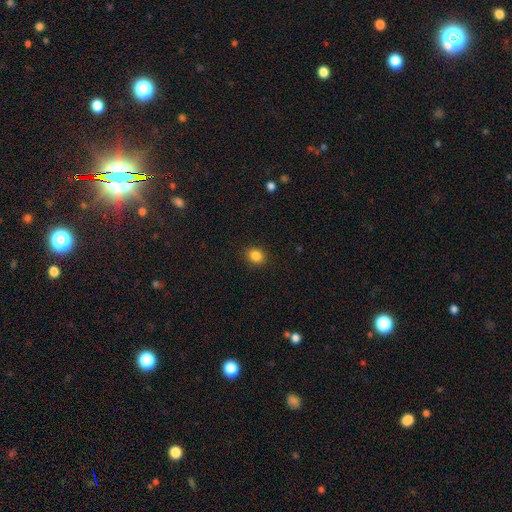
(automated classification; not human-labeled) Smooth or featured?
  - smooth: 85% *
  - star or artifact: 11%
  - featured or disk: 4%
How rounded?
  - round: 69% *
  - in between: 30%
  - cigar-shaped: 1%
Merging?
  - none: 90% *
  - minor disturbance: 7%
  - major disturbance: 2%
  - merger: 1%